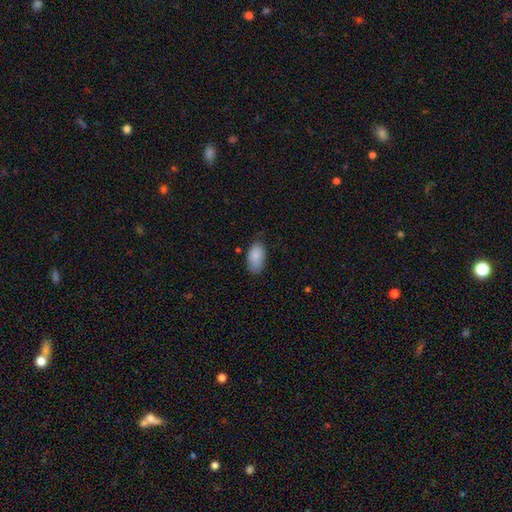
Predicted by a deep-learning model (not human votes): Smooth or featured? smooth (87%)
How rounded? in between (94%)
Merging? none (68%)